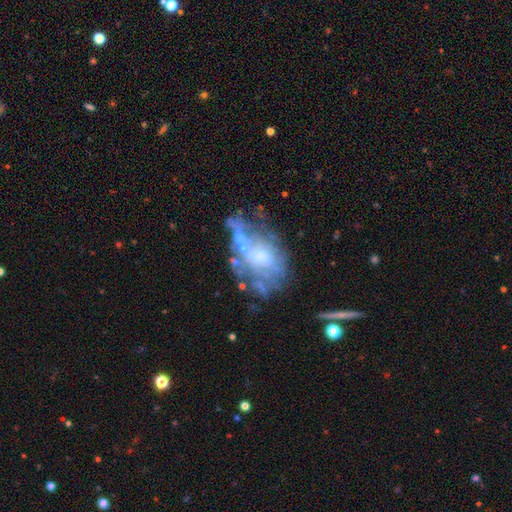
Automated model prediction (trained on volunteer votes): The model was most divided on "bulge size": moderate: 39%, small: 38%, none: 16%, large: 5%, dominant: 2%. Remaining: edge-on disk — no (95%); bar — no (76%); spiral arms — no (69%); smooth or featured — featured or disk (65%); merging — none (35%).